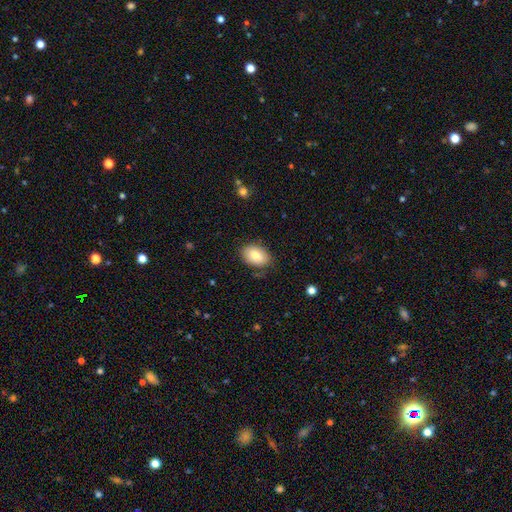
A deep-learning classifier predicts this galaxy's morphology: This appears to be a smooth galaxy with no disk features (82%) that is in between round and cigar-shaped (81%). Merging: none (80%).